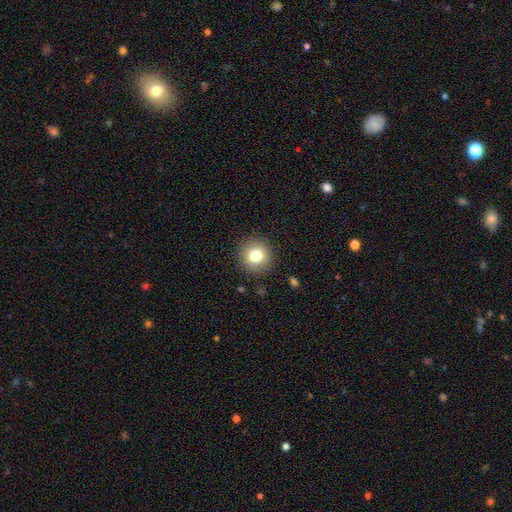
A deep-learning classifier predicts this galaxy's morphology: A smooth galaxy with no disk features (79%) that is round (94%).

Vote fractions:
- Smooth or featured? smooth: 79% / star or artifact: 11% / featured or disk: 11%
- How rounded? round: 94% / in between: 5% / cigar-shaped: 1%
- Merging? none: 89% / minor disturbance: 7% / major disturbance: 2% / merger: 1%